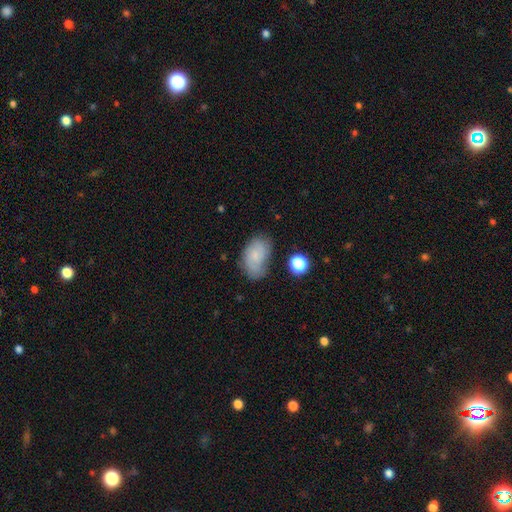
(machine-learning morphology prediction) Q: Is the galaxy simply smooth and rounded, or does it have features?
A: smooth — 64%.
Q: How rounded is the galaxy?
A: in between — 89%.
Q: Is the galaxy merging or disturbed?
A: none — 59%.